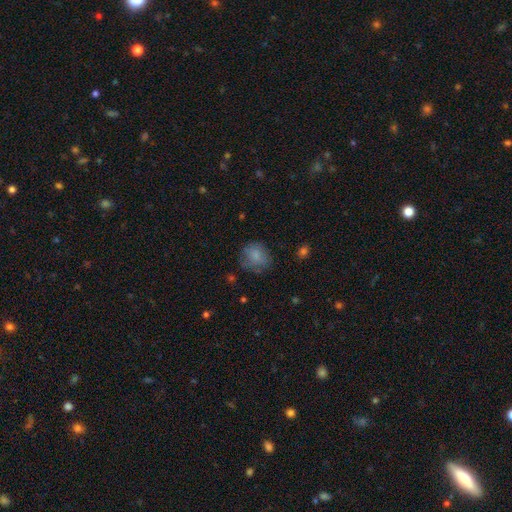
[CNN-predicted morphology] smooth_or_featured: smooth (p=0.76) [alt: featured or disk p=0.14]
how_rounded: round (p=0.74) [alt: in between p=0.25]
merging: none (p=0.66) [alt: minor disturbance p=0.22]